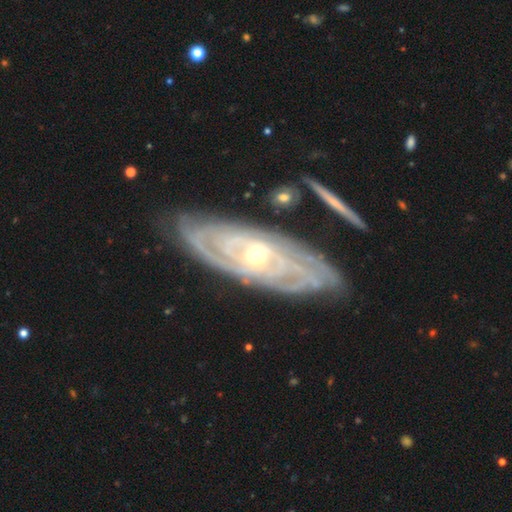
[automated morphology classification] The model was most divided on "bulge size": moderate: 56%, small: 40%, large: 2%, dominant: 1%, none: 1%. Remaining: spiral arms — yes (96%); smooth or featured — featured or disk (89%); edge-on disk — no (88%); spiral winding — tight (83%); merging — none (79%); bar — no (63%); spiral arm count — can't tell (39%).